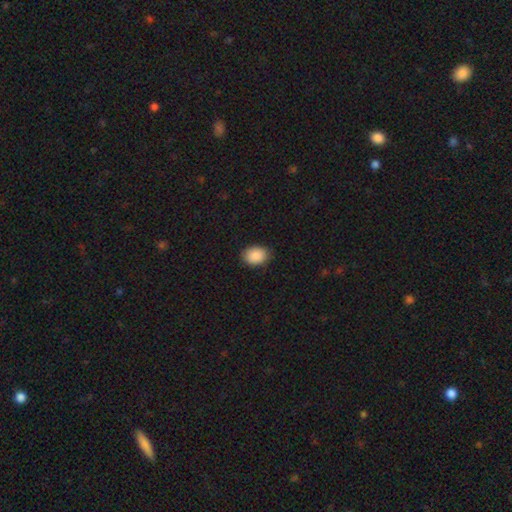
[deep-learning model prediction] A smooth galaxy with no disk features (90%) that is in between round and cigar-shaped (70%).

Vote fractions:
- Smooth or featured? smooth: 90% / star or artifact: 7% / featured or disk: 3%
- How rounded? in between: 70% / round: 29% / cigar-shaped: 1%
- Merging? none: 85% / minor disturbance: 12% / major disturbance: 2% / merger: 1%